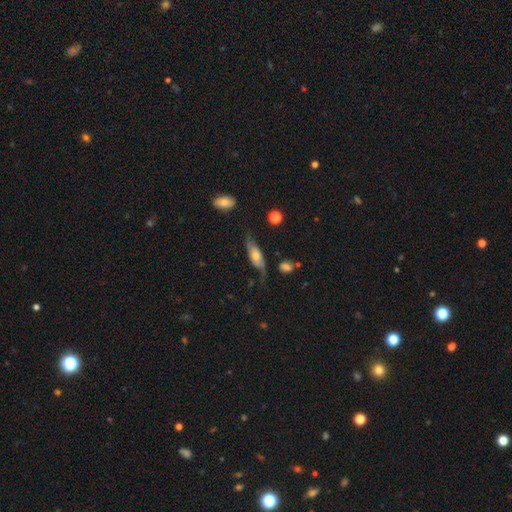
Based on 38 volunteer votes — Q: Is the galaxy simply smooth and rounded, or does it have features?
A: featured or disk — 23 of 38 (61%).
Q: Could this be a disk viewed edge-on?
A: no — 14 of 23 (61%).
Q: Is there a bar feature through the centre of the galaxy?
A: no — 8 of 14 (57%).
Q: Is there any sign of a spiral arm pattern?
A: yes — 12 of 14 (86%).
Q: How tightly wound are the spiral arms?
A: loose — 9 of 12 (75%).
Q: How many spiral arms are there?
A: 2 — 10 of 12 (83%).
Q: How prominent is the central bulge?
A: moderate — 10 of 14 (71%).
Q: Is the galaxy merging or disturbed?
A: none — 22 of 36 (61%).